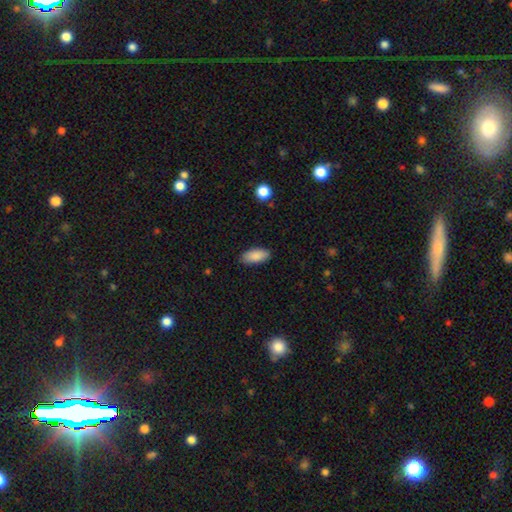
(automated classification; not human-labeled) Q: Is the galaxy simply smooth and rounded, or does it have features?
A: smooth — 88%.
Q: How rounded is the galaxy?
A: in between — 90%.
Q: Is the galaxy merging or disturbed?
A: none — 86%.